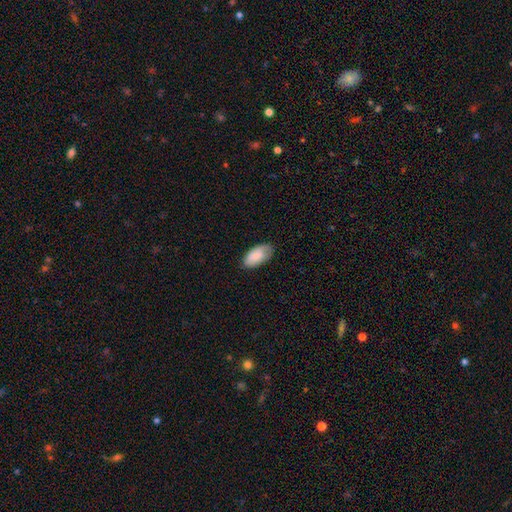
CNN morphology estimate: This is clearly a smooth galaxy (83%). How rounded: clearly in between (95%). Merging: likely none (73%).